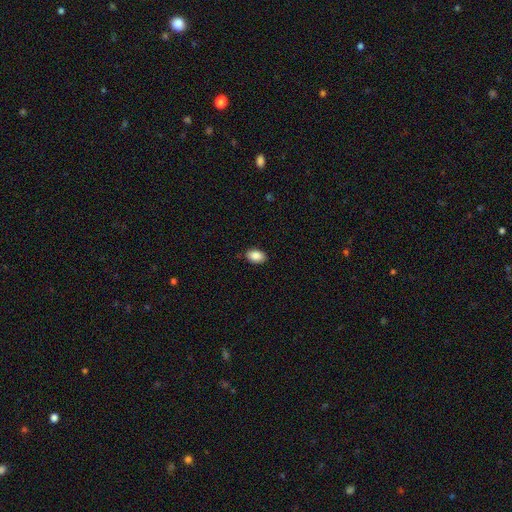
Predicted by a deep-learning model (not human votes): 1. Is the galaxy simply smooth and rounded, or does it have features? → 88% smooth, 7% star or artifact, 4% featured or disk.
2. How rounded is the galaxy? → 89% in between, 9% round, 1% cigar-shaped.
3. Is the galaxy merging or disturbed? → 86% none, 11% minor disturbance, 2% major disturbance, 1% merger.